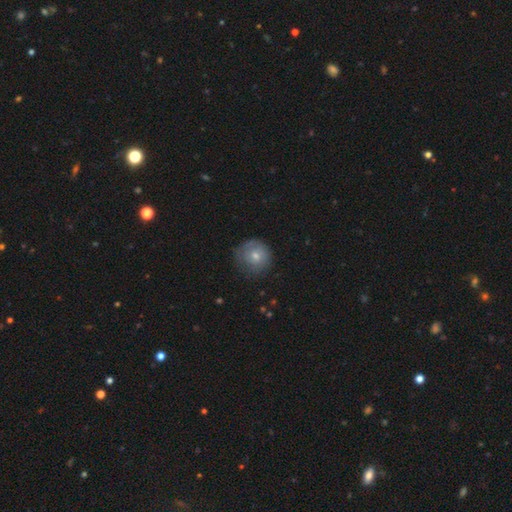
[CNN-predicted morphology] Smooth or featured?
  - smooth: 68% *
  - featured or disk: 24%
  - star or artifact: 8%
How rounded?
  - round: 90% *
  - in between: 9%
  - cigar-shaped: 1%
Merging?
  - none: 68% *
  - minor disturbance: 22%
  - major disturbance: 8%
  - merger: 1%